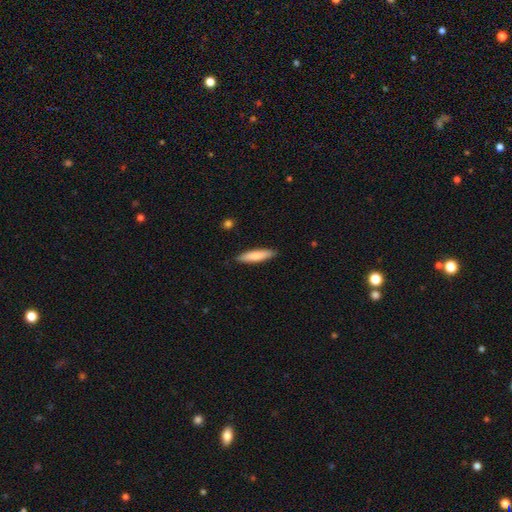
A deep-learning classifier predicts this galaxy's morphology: Smooth or featured?
  - smooth: 80% *
  - featured or disk: 15%
  - star or artifact: 5%
How rounded?
  - cigar-shaped: 76% *
  - in between: 23%
  - round: 1%
Merging?
  - none: 88% *
  - minor disturbance: 10%
  - major disturbance: 2%
  - merger: 1%